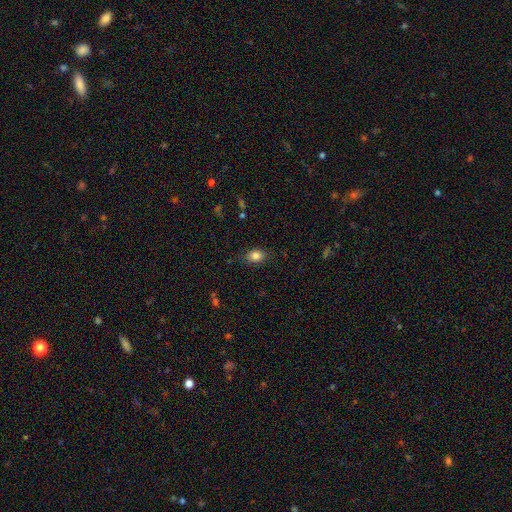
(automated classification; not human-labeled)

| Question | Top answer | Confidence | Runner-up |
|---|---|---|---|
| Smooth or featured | smooth | 83% | star or artifact (10%) |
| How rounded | in between | 69% | round (30%) |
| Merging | none | 81% | minor disturbance (15%) |